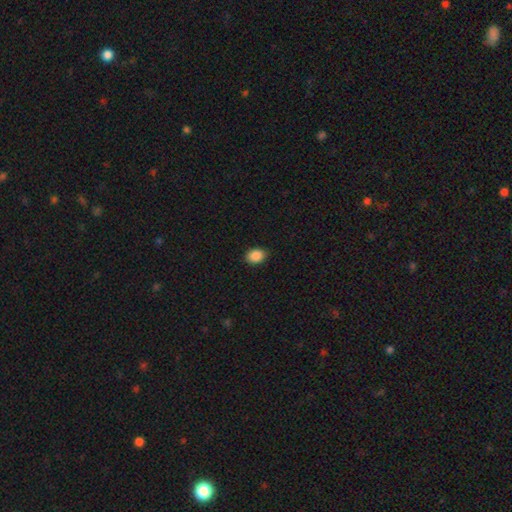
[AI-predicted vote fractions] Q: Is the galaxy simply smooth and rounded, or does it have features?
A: smooth — 88%.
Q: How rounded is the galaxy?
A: in between — 70%.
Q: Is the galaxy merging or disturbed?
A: none — 89%.